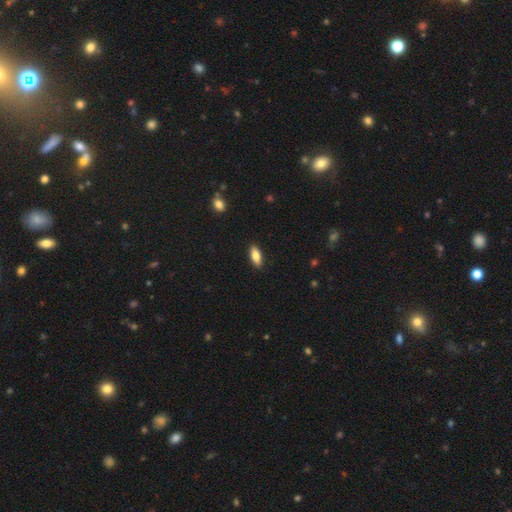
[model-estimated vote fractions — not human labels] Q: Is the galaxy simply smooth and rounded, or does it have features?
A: smooth — 79%.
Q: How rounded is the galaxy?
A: in between — 76%.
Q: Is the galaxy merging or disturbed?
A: none — 89%.